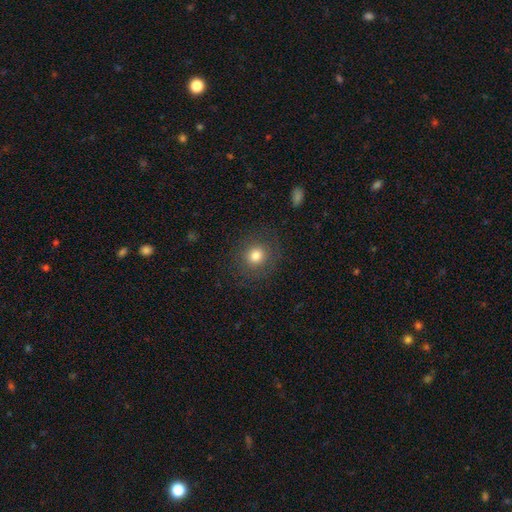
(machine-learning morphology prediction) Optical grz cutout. It shows a smooth galaxy with no disk features (79%) that is round (88%). Merging: none (86%).